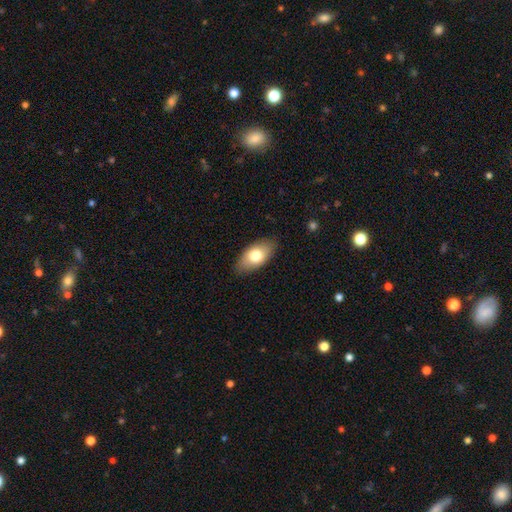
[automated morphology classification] smooth_or_featured: smooth (p=0.74) [alt: featured or disk p=0.19]
how_rounded: in between (p=0.92) [alt: round p=0.04]
merging: none (p=0.85) [alt: minor disturbance p=0.12]